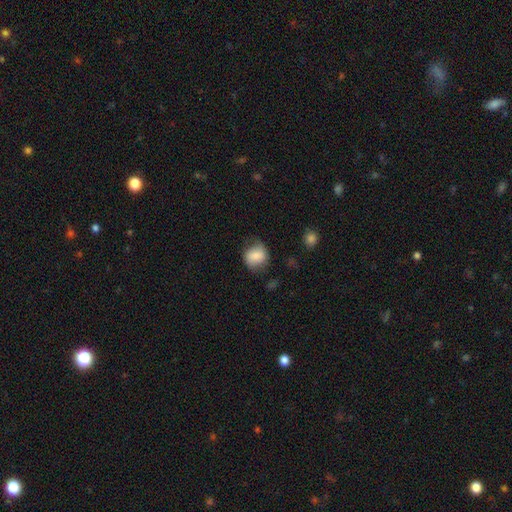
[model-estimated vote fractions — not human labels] This is likely a smooth galaxy (76%). How rounded: likely round (64%). Merging: possibly none (60%).